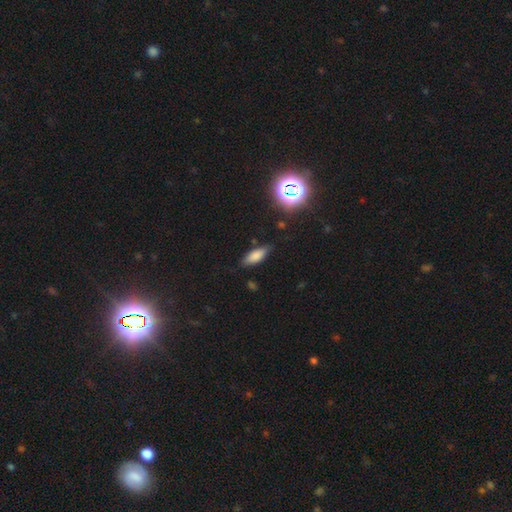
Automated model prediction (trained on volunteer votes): Overall: smooth (75%). How rounded: in between (74%). Merging: none (77%).